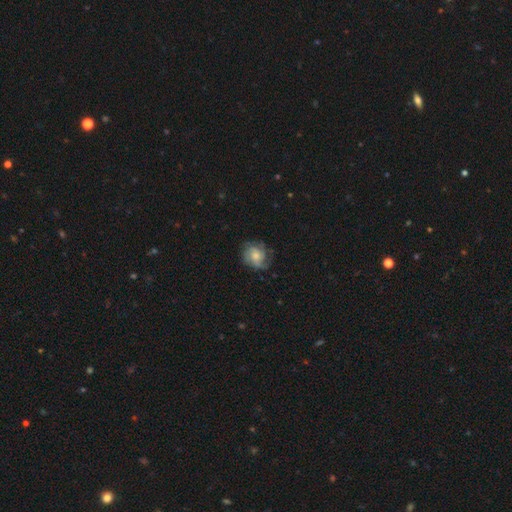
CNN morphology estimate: smooth_or_featured: featured or disk (p=0.67) [alt: smooth p=0.25]
disk_edge_on: no (p=0.98) [alt: yes p=0.02]
bar: no (p=0.72) [alt: weak p=0.25]
has_spiral_arms: yes (p=0.91) [alt: no p=0.09]
spiral_winding: tight (p=0.45) [alt: medium p=0.40]
spiral_arm_count: 3 (p=0.34) [alt: can't tell p=0.26]
bulge_size: moderate (p=0.51) [alt: small p=0.33]
merging: none (p=0.69) [alt: minor disturbance p=0.20]